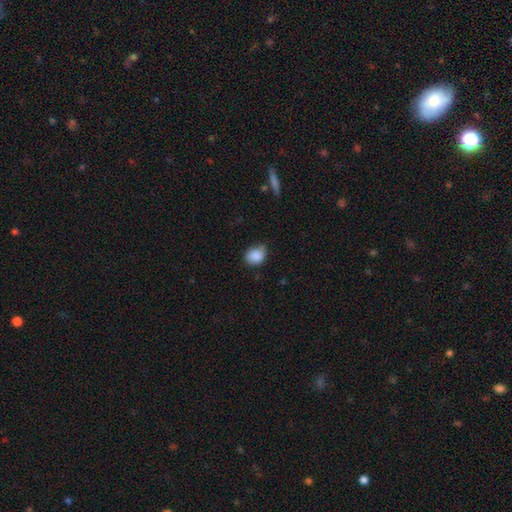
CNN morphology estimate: Smooth or featured: smooth — 87% (star or artifact — 8%)
How rounded: round — 50% (in between — 49%)
Merging: none — 60% (minor disturbance — 33%)